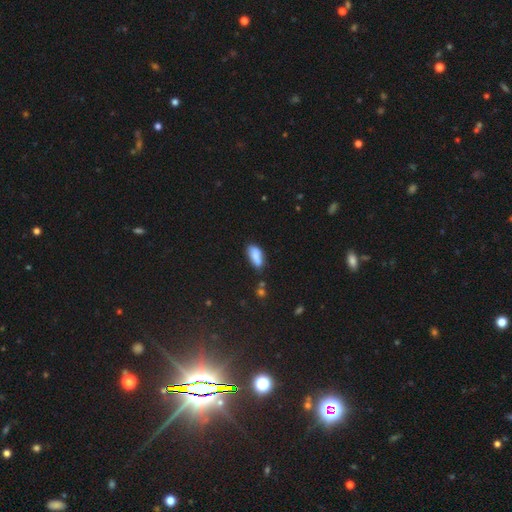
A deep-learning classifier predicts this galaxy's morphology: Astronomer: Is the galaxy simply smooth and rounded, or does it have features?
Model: smooth — 82%.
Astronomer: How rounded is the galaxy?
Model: in between — 84%.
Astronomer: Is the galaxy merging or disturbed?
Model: none — 55%.